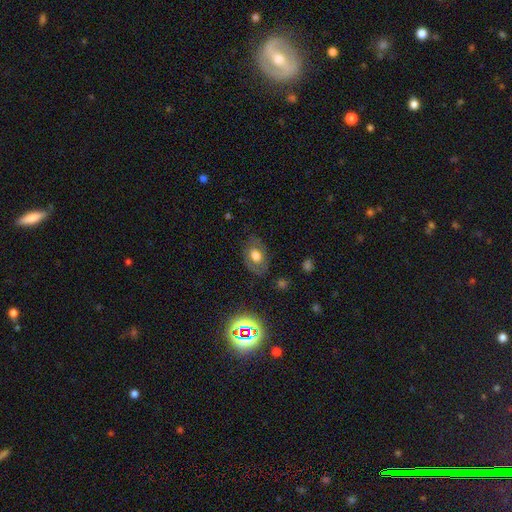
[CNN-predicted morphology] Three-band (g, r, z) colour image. It shows a smooth galaxy with no disk features (54%) that is in between round and cigar-shaped (79%). Merging: none (75%).